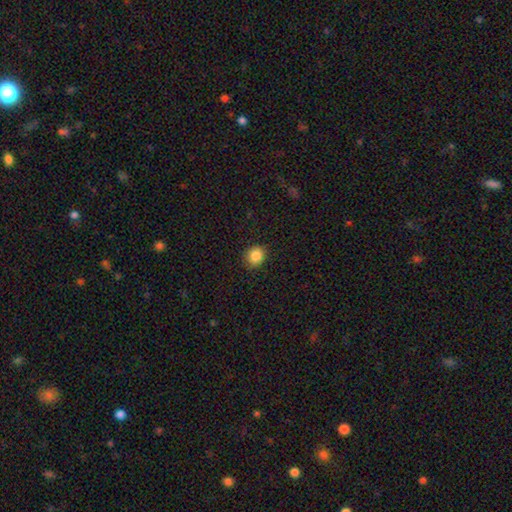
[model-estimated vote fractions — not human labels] A smooth galaxy with no disk features (86%) that is round (78%).

Vote fractions:
- Smooth or featured? smooth: 86% / star or artifact: 10% / featured or disk: 4%
- How rounded? round: 78% / in between: 21% / cigar-shaped: 1%
- Merging? none: 88% / minor disturbance: 8% / major disturbance: 2% / merger: 1%